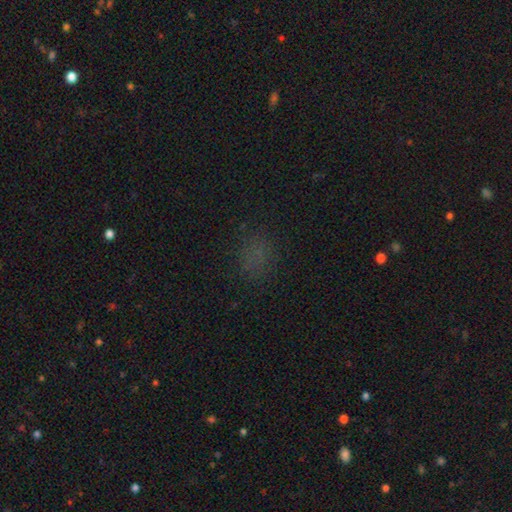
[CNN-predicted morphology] Smooth or featured? smooth (62%)
How rounded? round (59%)
Merging? none (80%)